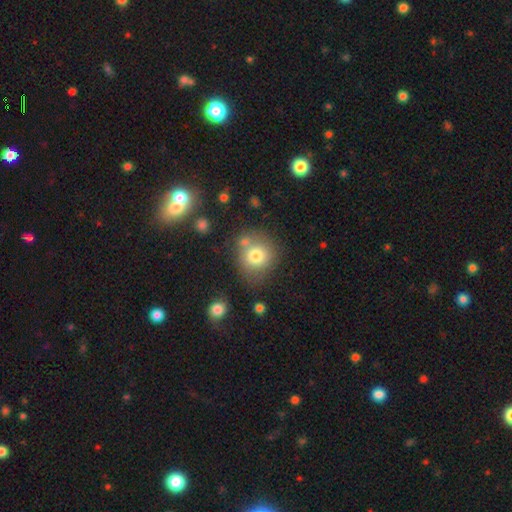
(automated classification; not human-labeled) smooth-or-featured: smooth: 77% | featured or disk: 12% | star or artifact: 11%
  how-rounded: round: 85% | in between: 14% | cigar-shaped: 1%
  merging: none: 64% | minor disturbance: 15% | merger: 15% | major disturbance: 6%